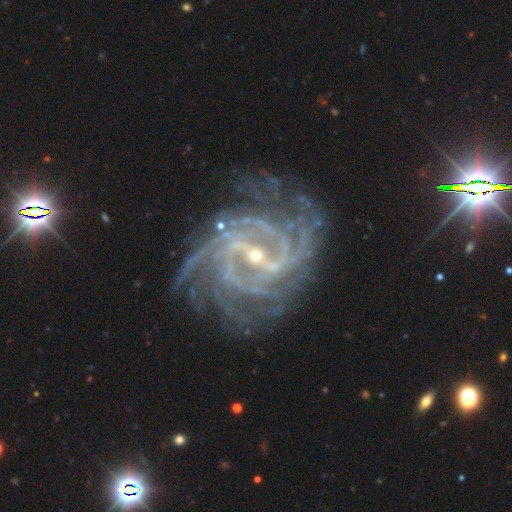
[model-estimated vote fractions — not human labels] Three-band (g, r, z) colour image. It shows a featured or disk galaxy (92%) with a strong bar (59%), 4 (26%) tight (55%) spiral arms (98%) and a small central bulge (84%). Merging: none (72%).